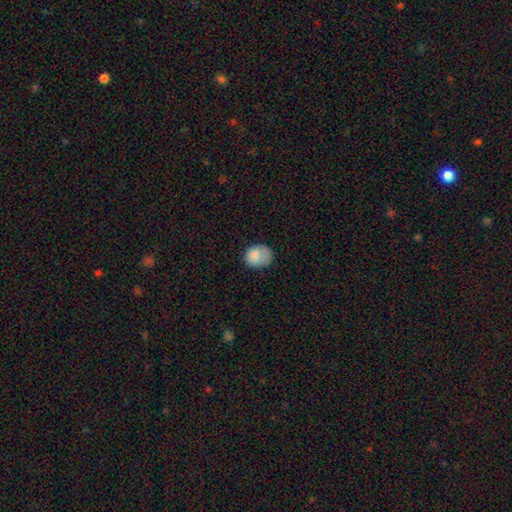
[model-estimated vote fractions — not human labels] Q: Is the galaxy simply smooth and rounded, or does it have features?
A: smooth — 82%.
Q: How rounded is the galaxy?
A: round — 54%.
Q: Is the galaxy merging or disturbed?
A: none — 52%.